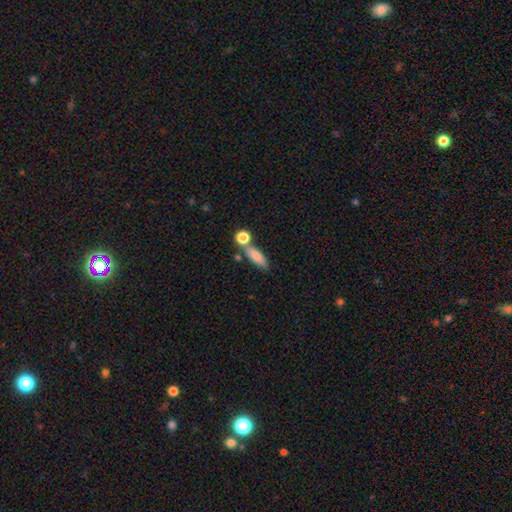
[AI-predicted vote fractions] This is clearly a smooth galaxy (80%). How rounded: possibly in between (56%). Merging: possibly none (57%).